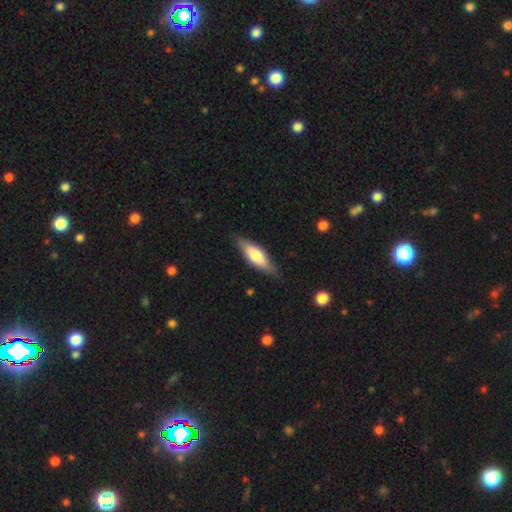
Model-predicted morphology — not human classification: The model was most divided on "how rounded": in between: 53%, cigar-shaped: 45%, round: 2%. More confident: merging — none (82%); smooth or featured — smooth (62%).